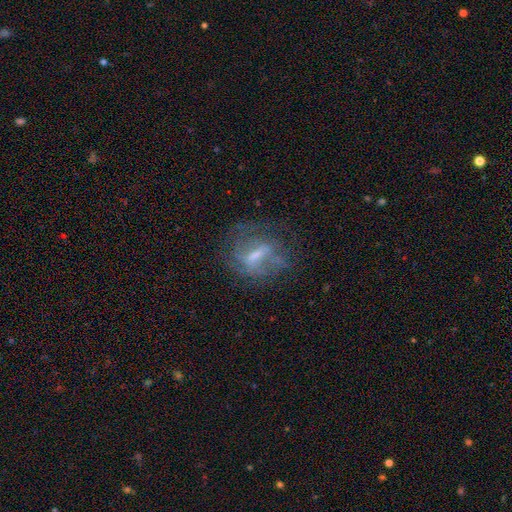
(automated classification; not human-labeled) smooth-or-featured: featured or disk: 65% | smooth: 24% | star or artifact: 11%
  disk-edge-on: no: 91% | yes: 9%
    bar: weak: 43% | strong: 37% | no: 20%
    has-spiral-arms: yes: 53% | no: 47%
    bulge-size: small: 37% | moderate: 36% | none: 21% | large: 5% | dominant: 1%
  merging: none: 53% | major disturbance: 23% | minor disturbance: 21% | merger: 3%